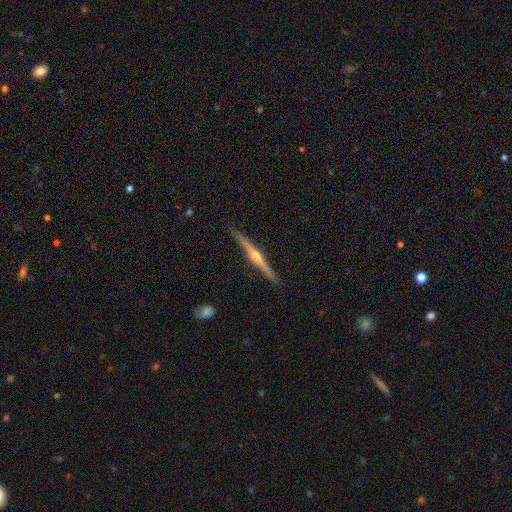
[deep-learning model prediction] Smooth or featured? featured or disk (83%)
Edge-on disk? yes (98%)
Edge-on bulge? rounded (90%)
Merging? none (90%)